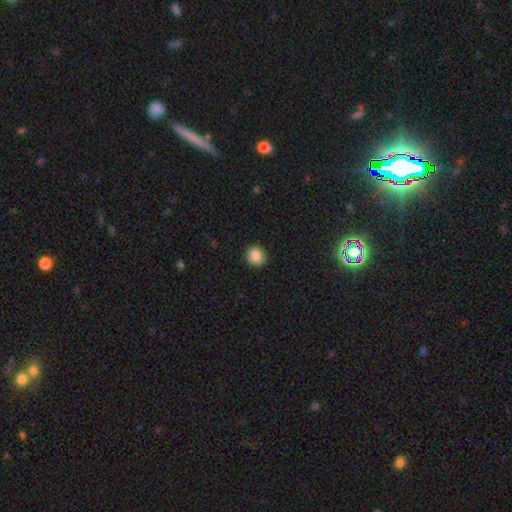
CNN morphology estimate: type=smooth (85%); roundness=round (85%); merging=none (87%).